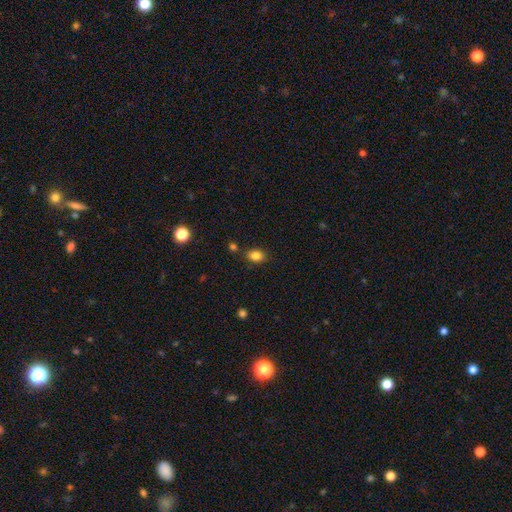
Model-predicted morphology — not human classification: The model was most divided on "how rounded": in between: 70%, round: 29%, cigar-shaped: 1%. More confident: smooth or featured — smooth (84%); merging — none (82%).